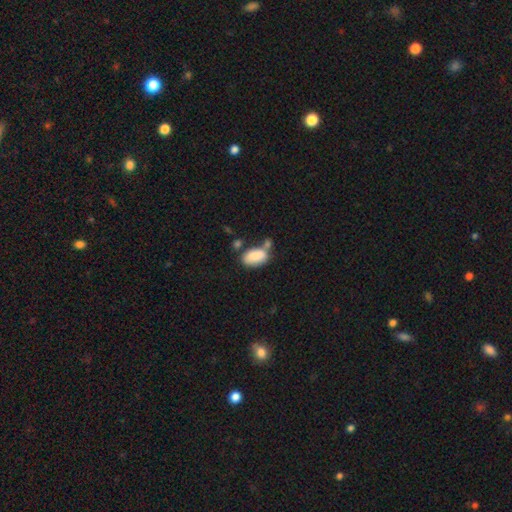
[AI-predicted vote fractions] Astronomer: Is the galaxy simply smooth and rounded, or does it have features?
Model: smooth — 84%.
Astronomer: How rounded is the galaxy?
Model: in between — 94%.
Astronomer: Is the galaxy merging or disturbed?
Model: none — 40% (runner-up: merger, 33%).